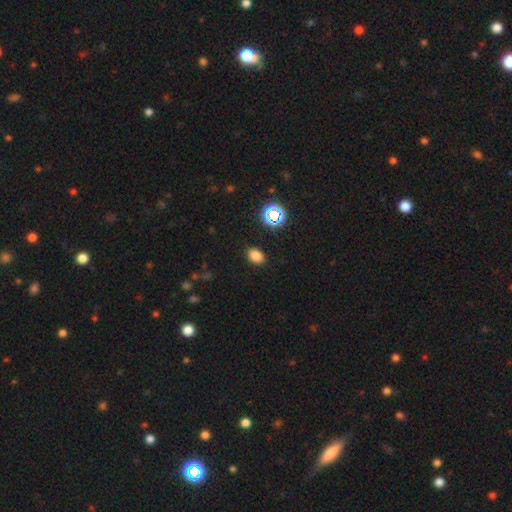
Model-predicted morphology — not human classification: smooth_or_featured: smooth (p=0.79) [alt: star or artifact p=0.16]
how_rounded: in between (p=0.75) [alt: round p=0.24]
merging: none (p=0.88) [alt: minor disturbance p=0.09]